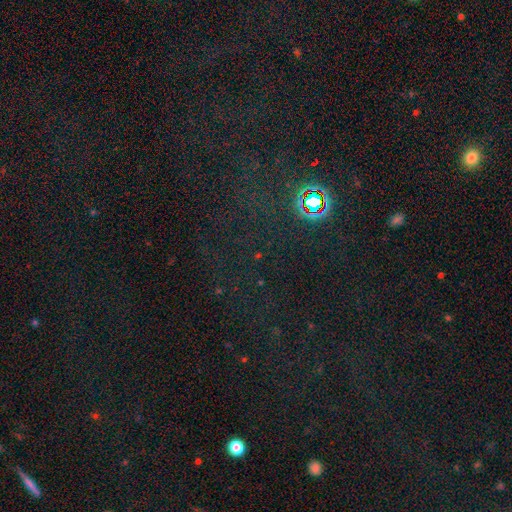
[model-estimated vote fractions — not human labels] Smooth or featured? Predicted: star or artifact (p=0.74).